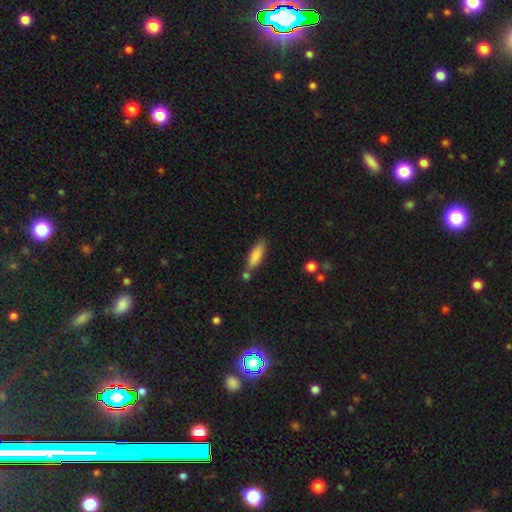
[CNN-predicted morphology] Smooth or featured?
  - smooth: 85% *
  - featured or disk: 9%
  - star or artifact: 7%
How rounded?
  - in between: 55% *
  - cigar-shaped: 44%
  - round: 2%
Merging?
  - none: 66% *
  - minor disturbance: 16%
  - merger: 14%
  - major disturbance: 4%